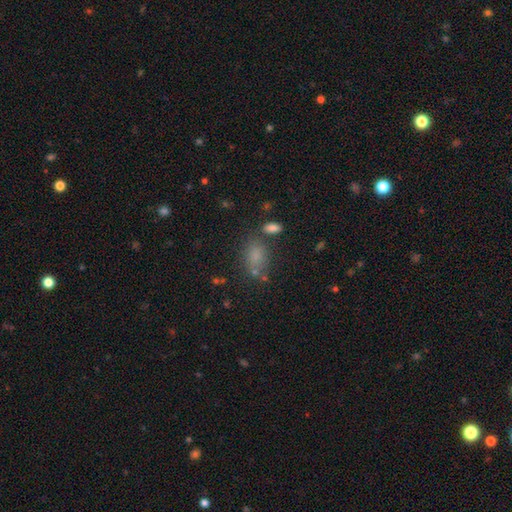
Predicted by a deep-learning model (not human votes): The model was most divided on "merging": none: 63%, minor disturbance: 18%, merger: 12%, major disturbance: 8%. More confident: how rounded — in between (82%); smooth or featured — smooth (78%).